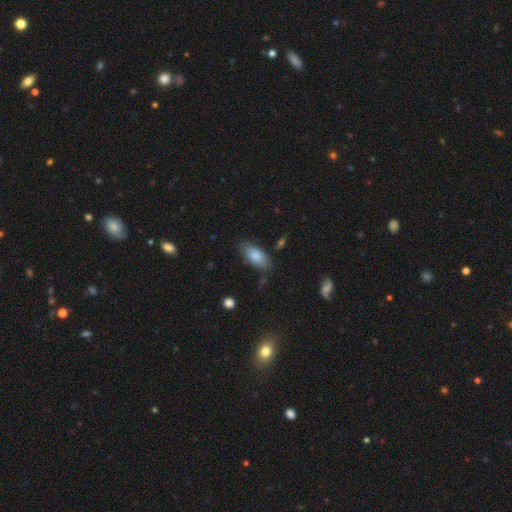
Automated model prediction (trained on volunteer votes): smooth 83%, featured or disk 11%, star or artifact 7%. Down the decision tree: how rounded — in between (87%); merging — none (72%).